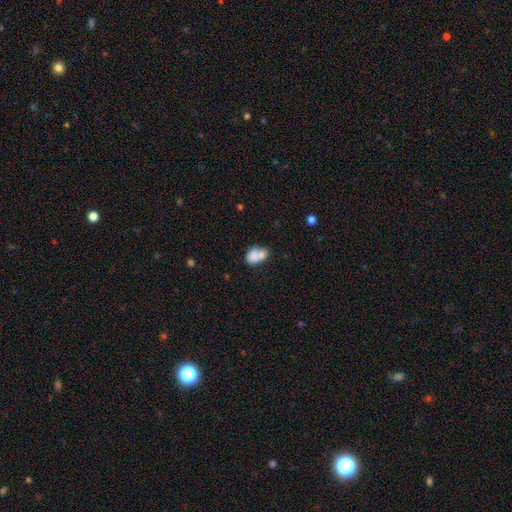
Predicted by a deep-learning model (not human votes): smooth_or_featured: smooth (p=0.74) [alt: featured or disk p=0.17]
how_rounded: in between (p=0.69) [alt: round p=0.29]
merging: merger (p=0.55) [alt: none p=0.28]